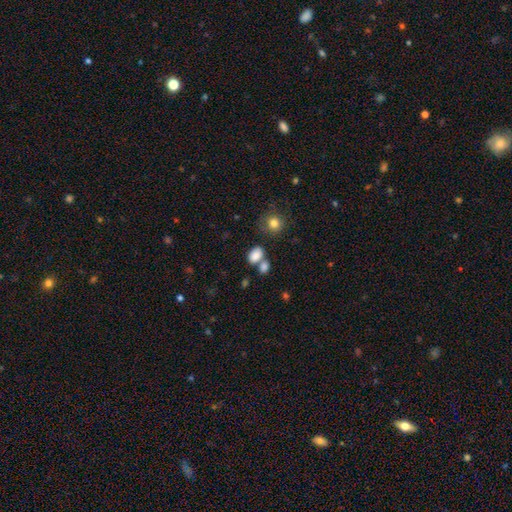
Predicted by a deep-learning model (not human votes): Smooth or featured? Predicted: smooth (p=0.83). How rounded? Predicted: in between (p=0.81). Merging? Predicted: none (p=0.47).